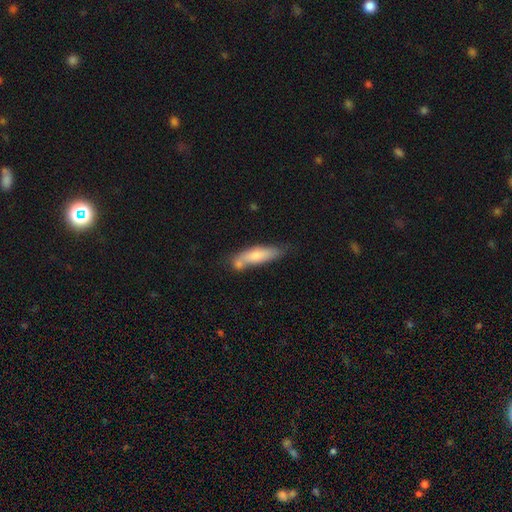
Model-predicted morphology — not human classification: This is likely a smooth galaxy (71%). How rounded: likely cigar-shaped (64%). Merging: possibly none (51%).